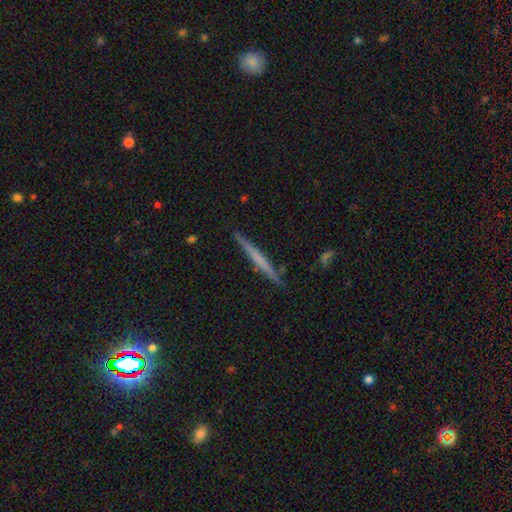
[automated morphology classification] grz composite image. It shows a featured or disk galaxy (50%). Merging: none (91%).